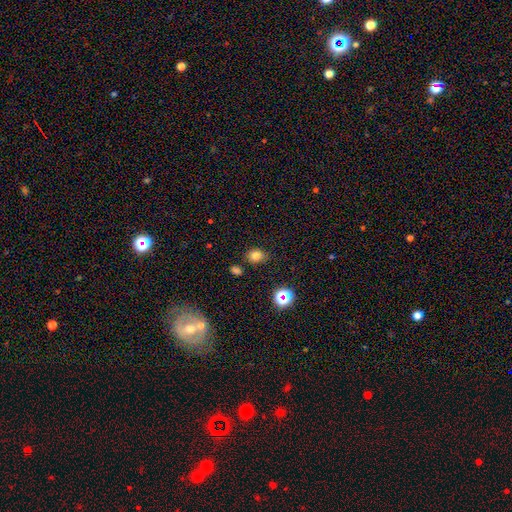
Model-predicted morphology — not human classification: Q: Smooth or featured?
A: smooth (76%); runner-up: star or artifact (16%)
Q: How rounded?
A: round (50%); runner-up: in between (49%)
Q: Merging?
A: none (80%); runner-up: minor disturbance (12%)